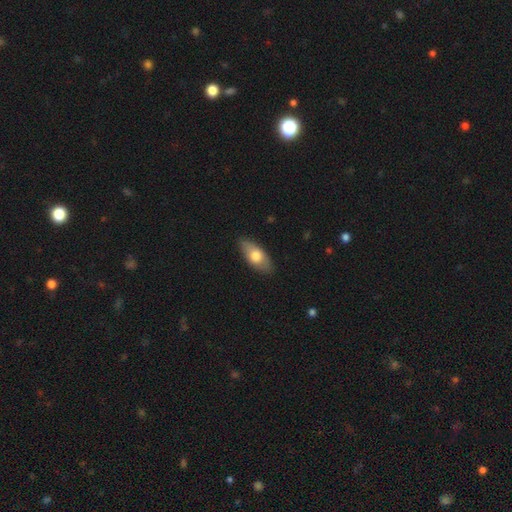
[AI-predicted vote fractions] This is likely a smooth galaxy (69%). How rounded: clearly in between (85%). Merging: clearly none (86%).